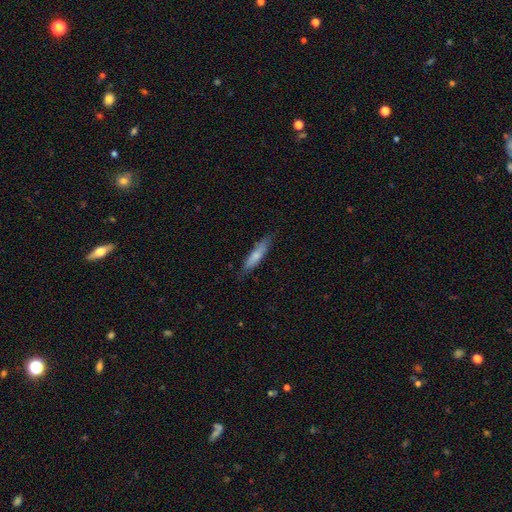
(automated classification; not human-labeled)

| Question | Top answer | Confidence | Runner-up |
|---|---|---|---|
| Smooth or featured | smooth | 72% | featured or disk (22%) |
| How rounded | cigar-shaped | 81% | in between (18%) |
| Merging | none | 80% | minor disturbance (16%) |